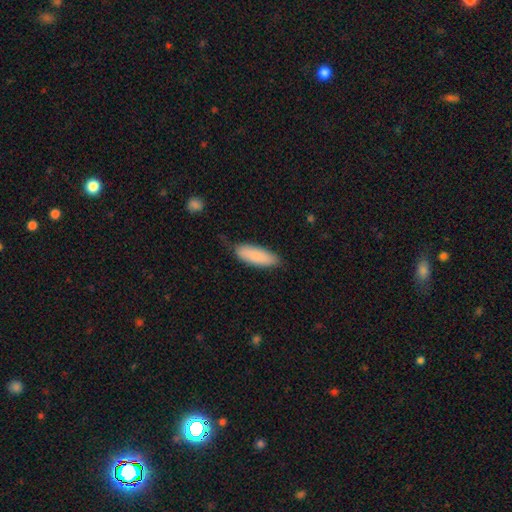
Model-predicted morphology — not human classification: smooth 86%, featured or disk 9%, star or artifact 6%. Down the decision tree: how rounded — in between (66%); merging — none (73%).